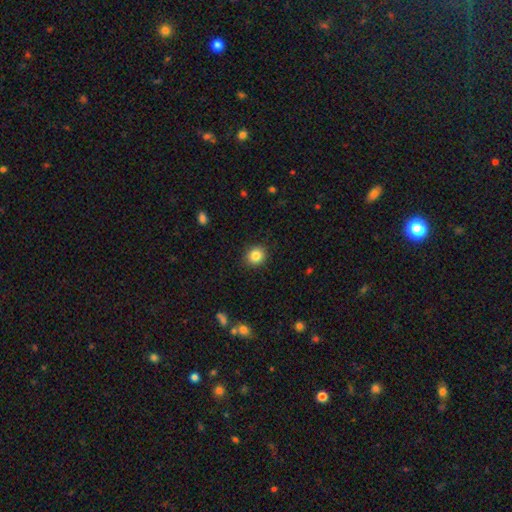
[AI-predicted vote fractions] The model was most divided on "how rounded": round: 79%, in between: 20%, cigar-shaped: 1%. More confident: merging — none (90%); smooth or featured — smooth (85%).